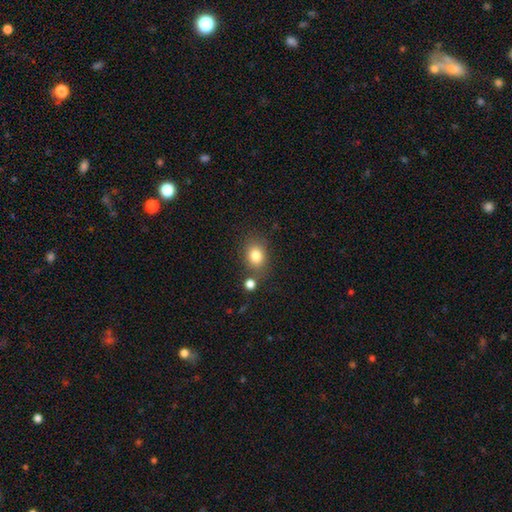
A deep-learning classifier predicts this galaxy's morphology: Overall: smooth (82%). How rounded: round (50%; in between 49%). Merging: none (71%).